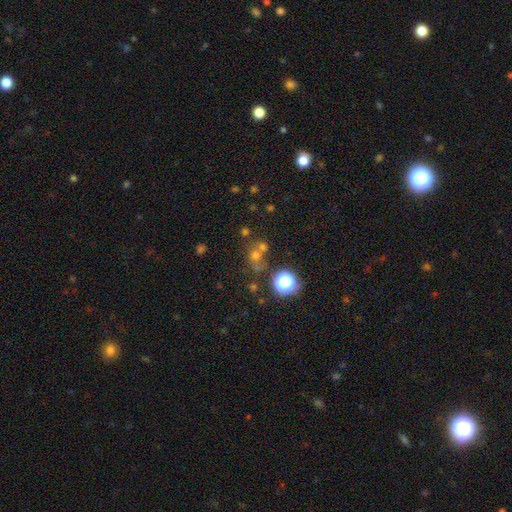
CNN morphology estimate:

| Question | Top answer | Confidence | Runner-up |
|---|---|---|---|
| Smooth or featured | smooth | 47% | star or artifact (39%) |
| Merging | none | 56% | merger (28%) |